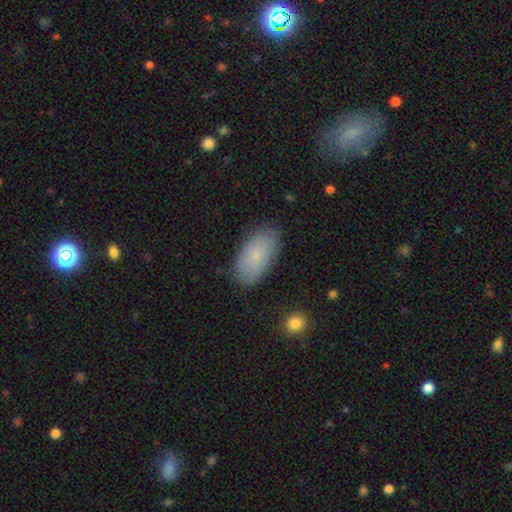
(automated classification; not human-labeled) Smooth or featured?
  - smooth: 75% *
  - featured or disk: 17%
  - star or artifact: 7%
How rounded?
  - in between: 94% *
  - round: 3%
  - cigar-shaped: 3%
Merging?
  - none: 84% *
  - minor disturbance: 12%
  - major disturbance: 3%
  - merger: 1%